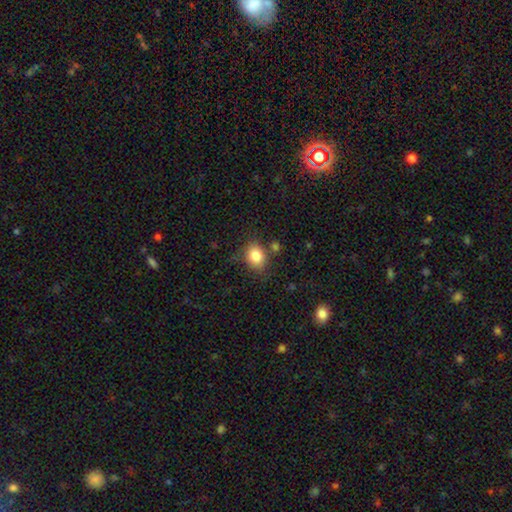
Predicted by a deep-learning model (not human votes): Q: Smooth or featured?
A: smooth (83%); runner-up: star or artifact (10%)
Q: How rounded?
A: round (54%); runner-up: in between (45%)
Q: Merging?
A: none (74%); runner-up: minor disturbance (15%)